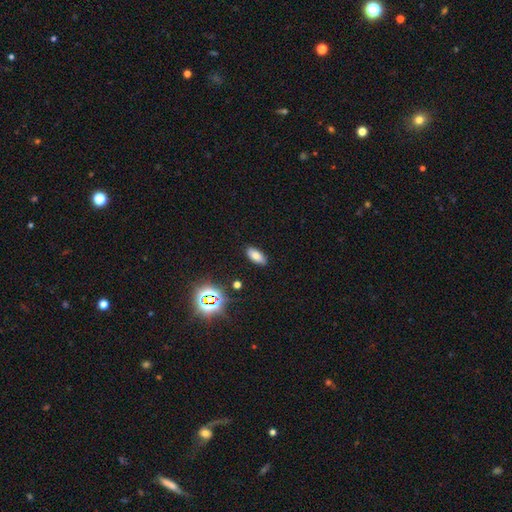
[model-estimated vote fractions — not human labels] Smooth or featured: smooth — 74% (star or artifact — 15%)
How rounded: in between — 86% (cigar-shaped — 10%)
Merging: none — 89% (minor disturbance — 8%)